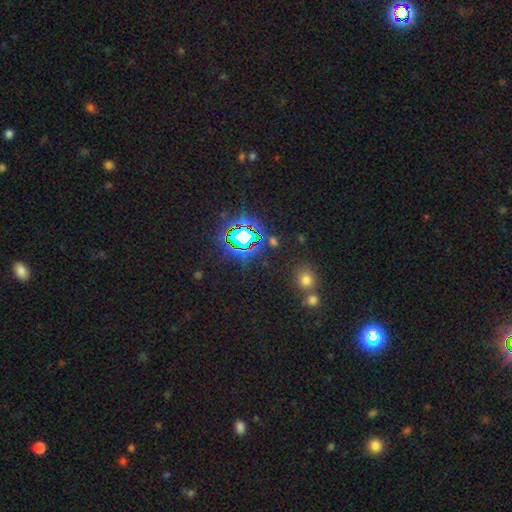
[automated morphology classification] star or artifact 72%, smooth 21%, featured or disk 8%.